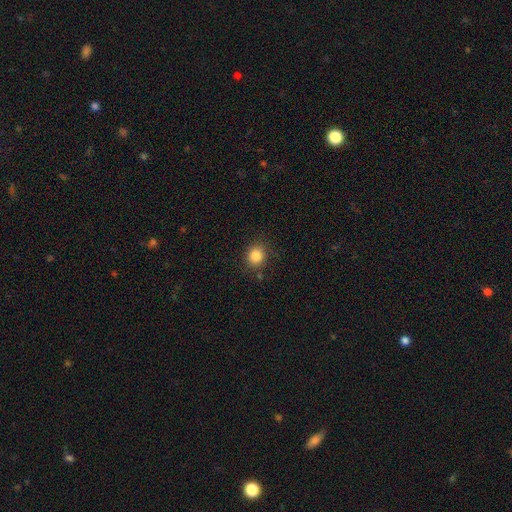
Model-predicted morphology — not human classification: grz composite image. It shows a smooth galaxy with no disk features (84%) that is round (84%). Merging: none (83%).